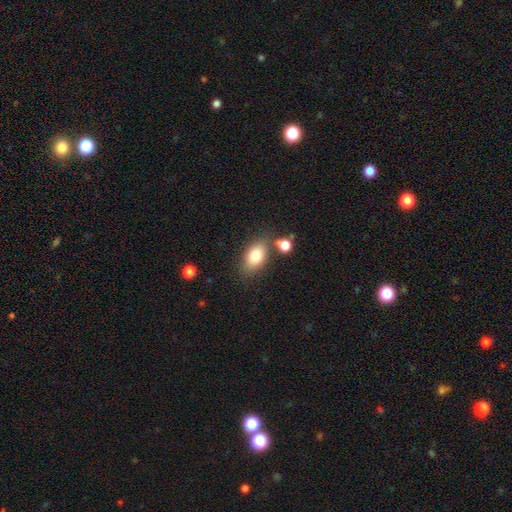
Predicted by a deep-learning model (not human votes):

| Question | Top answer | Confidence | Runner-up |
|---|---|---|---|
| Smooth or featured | smooth | 80% | featured or disk (12%) |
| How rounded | in between | 88% | round (9%) |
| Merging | none | 67% | minor disturbance (15%) |